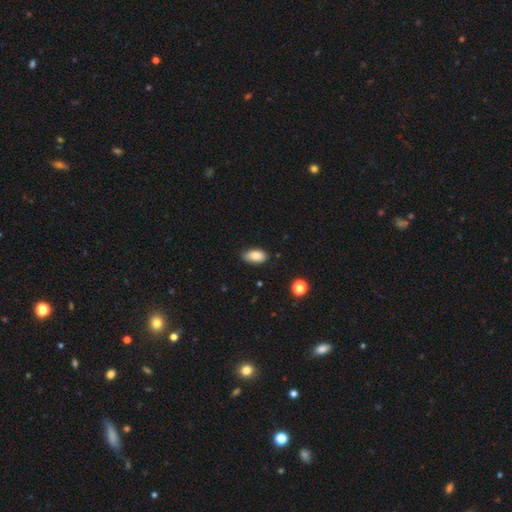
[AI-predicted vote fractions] smooth 83%, featured or disk 9%, star or artifact 8%. Down the decision tree: how rounded — in between (92%); merging — none (81%).